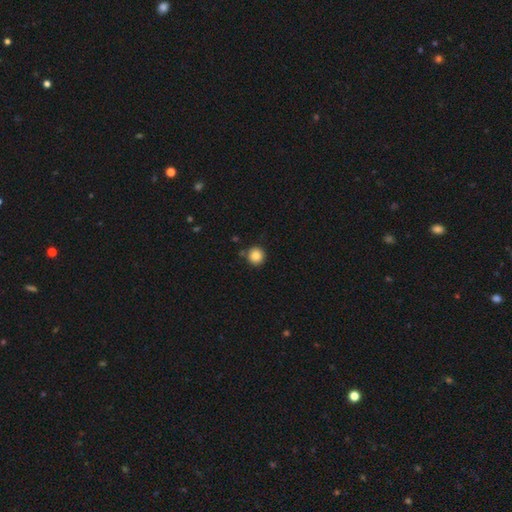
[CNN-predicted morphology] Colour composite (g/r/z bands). It shows a smooth galaxy with no disk features (86%) that is round (93%). Merging: none (84%).